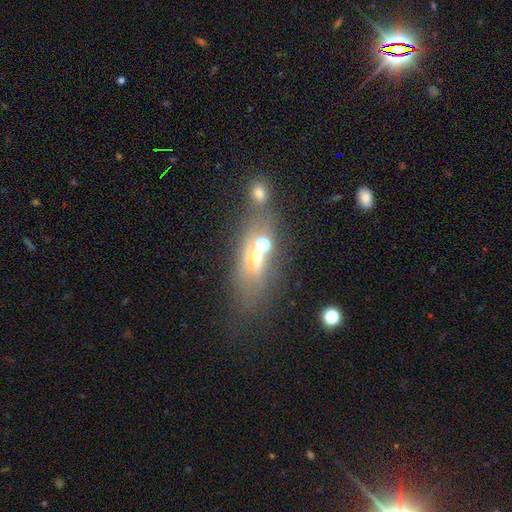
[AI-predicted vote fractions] A smooth galaxy with no disk features (44%).

Vote fractions:
- Smooth or featured? smooth: 44% / featured or disk: 36% / star or artifact: 20%
- Merging? merger: 43% / none: 34% / minor disturbance: 12% / major disturbance: 11%